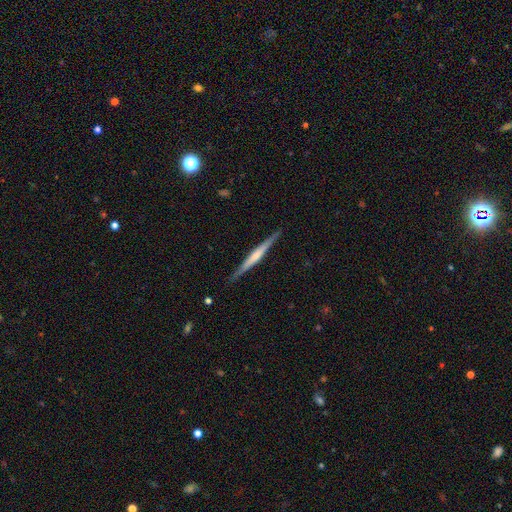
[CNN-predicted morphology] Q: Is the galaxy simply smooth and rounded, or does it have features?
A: featured or disk — 64%.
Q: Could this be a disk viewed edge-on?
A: yes — 98%.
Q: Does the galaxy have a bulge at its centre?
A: rounded — 43%.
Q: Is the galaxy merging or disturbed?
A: none — 89%.